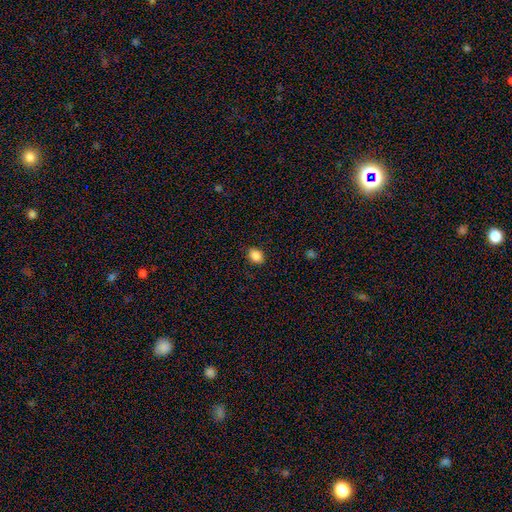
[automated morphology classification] smooth 87%, star or artifact 9%, featured or disk 3%. Down the decision tree: how rounded — in between (65%); merging — none (88%).